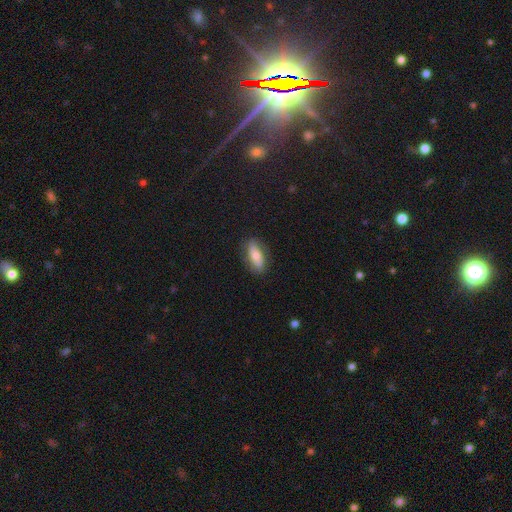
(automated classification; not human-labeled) Smooth or featured? smooth (67%)
How rounded? in between (82%)
Merging? none (82%)